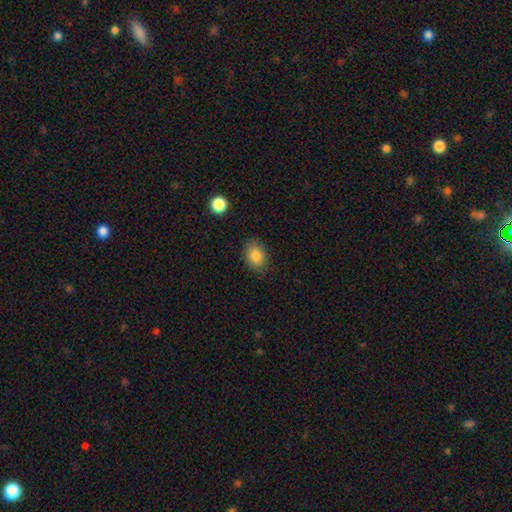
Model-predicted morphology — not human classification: This is clearly a smooth galaxy (84%). How rounded: likely in between (72%). Merging: clearly none (84%).